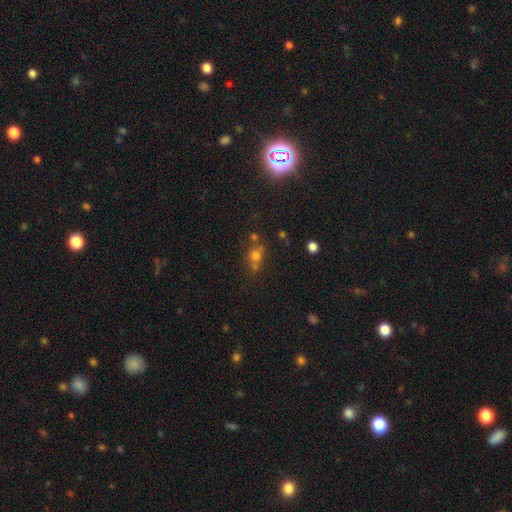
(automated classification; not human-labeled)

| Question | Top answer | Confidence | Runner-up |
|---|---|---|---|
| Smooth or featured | smooth | 59% | star or artifact (26%) |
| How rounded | round | 71% | in between (26%) |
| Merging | none | 54% | merger (27%) |